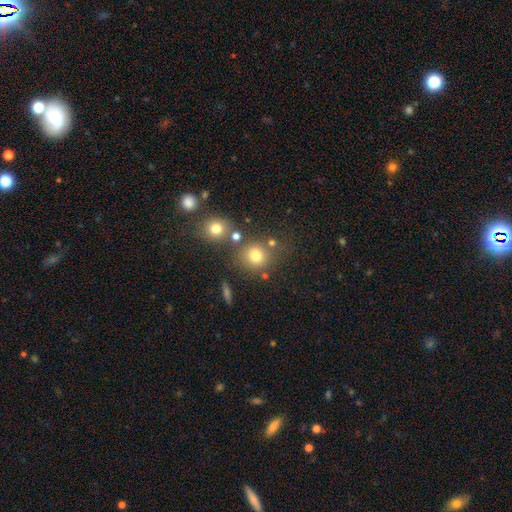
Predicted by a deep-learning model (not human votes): A smooth galaxy with no disk features (75%) that is round (86%). Merging: none (71%).